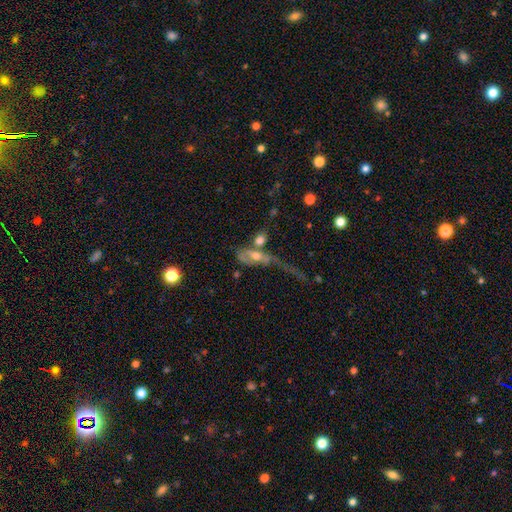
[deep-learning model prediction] This appears to be a featured or disk galaxy (49%). Merging: major disturbance (36%).